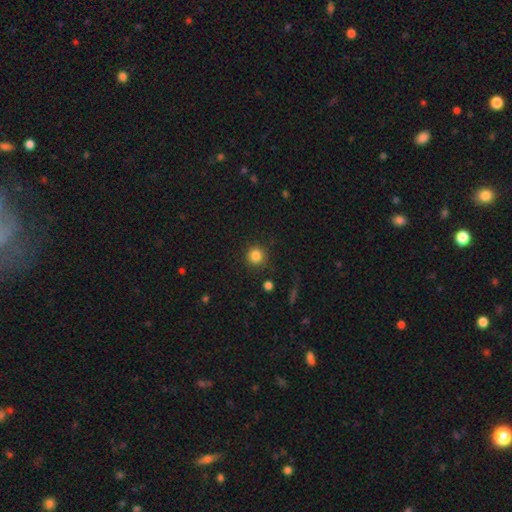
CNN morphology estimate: This is clearly a smooth galaxy (84%). How rounded: clearly round (94%). Merging: clearly none (88%).